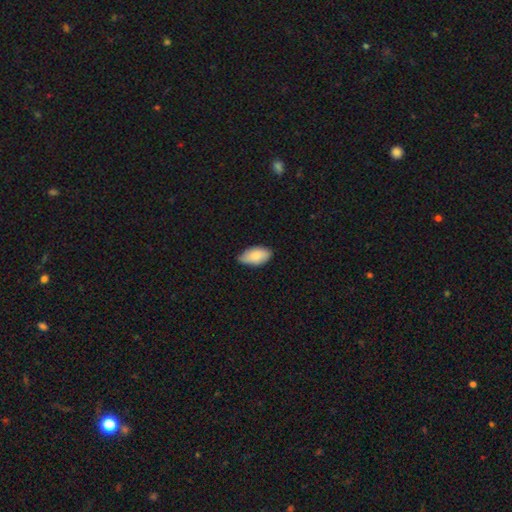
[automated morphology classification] Smooth or featured? Predicted: smooth (p=0.83). How rounded? Predicted: in between (p=0.95). Merging? Predicted: none (p=0.67).